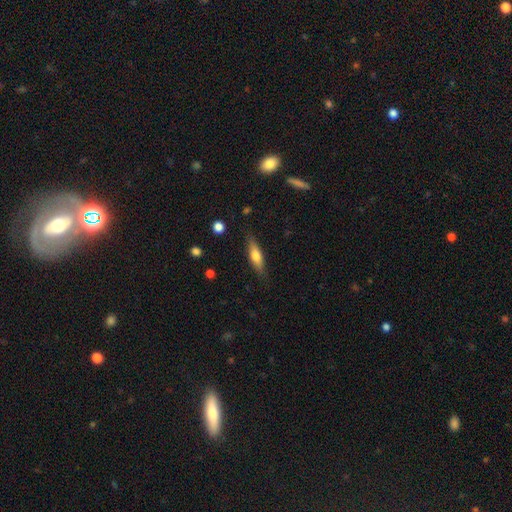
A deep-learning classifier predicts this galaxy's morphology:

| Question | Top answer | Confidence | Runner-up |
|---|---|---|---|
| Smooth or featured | smooth | 60% | featured or disk (34%) |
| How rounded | cigar-shaped | 61% | in between (36%) |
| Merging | none | 85% | minor disturbance (12%) |